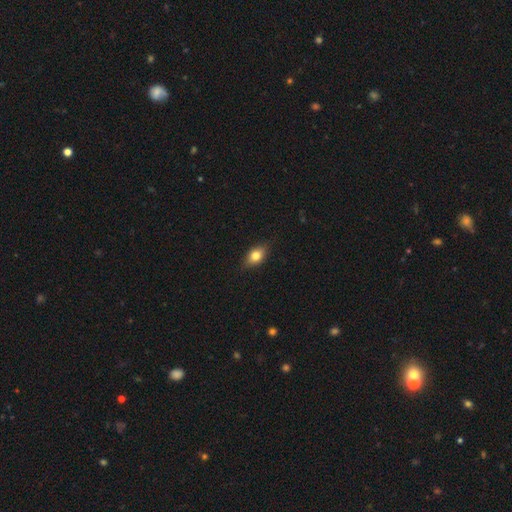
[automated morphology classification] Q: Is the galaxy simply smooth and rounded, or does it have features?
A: smooth — 73%.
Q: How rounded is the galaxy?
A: in between — 77%.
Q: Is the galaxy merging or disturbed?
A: none — 83%.